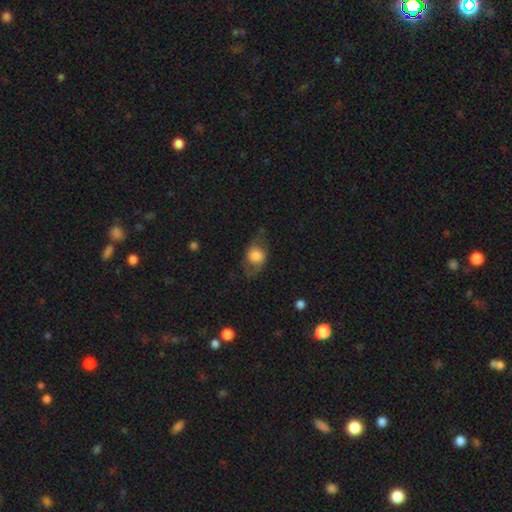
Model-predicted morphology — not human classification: This appears to be a smooth galaxy with no disk features (57%) that is in between round and cigar-shaped (52%). Merging: none (61%).